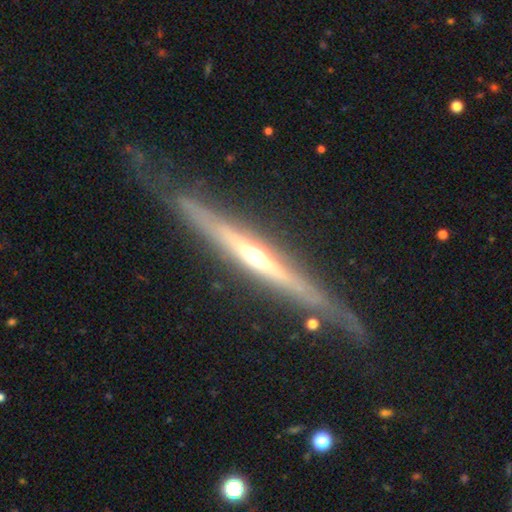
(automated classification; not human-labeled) A featured or disk galaxy (83%) viewed edge-on (93%) with a rounded central bulge (77%).

Vote fractions:
- Smooth or featured? featured or disk: 83% / smooth: 11% / star or artifact: 6%
- Edge-on disk? yes: 93% / no: 7%
- Edge-on bulge? rounded: 77% / none: 18% / boxy: 5%
- Merging? none: 72% / minor disturbance: 19% / major disturbance: 7% / merger: 2%